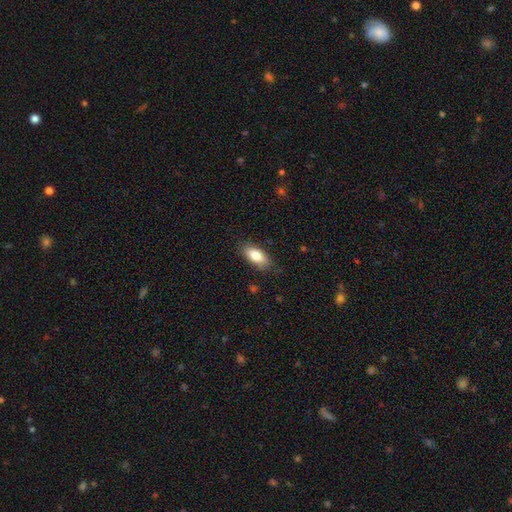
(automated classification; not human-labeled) smooth-or-featured: smooth: 83% | featured or disk: 10% | star or artifact: 7%
  how-rounded: in between: 89% | cigar-shaped: 8% | round: 3%
  merging: none: 81% | minor disturbance: 15% | major disturbance: 3% | merger: 1%